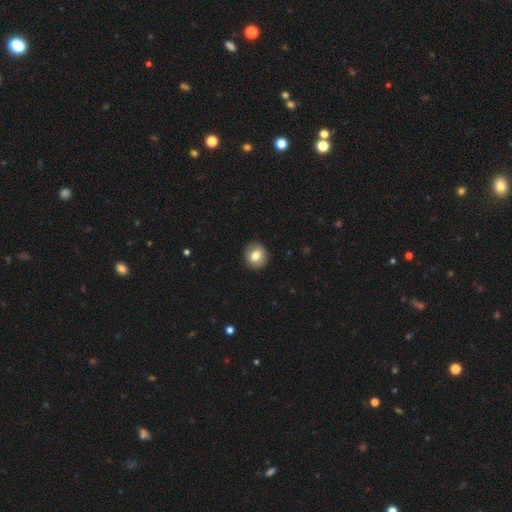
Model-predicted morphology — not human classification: Overall: smooth (78%). How rounded: round (86%). Merging: none (91%).